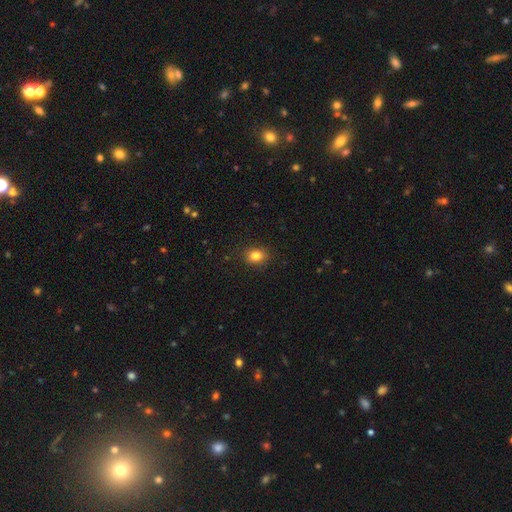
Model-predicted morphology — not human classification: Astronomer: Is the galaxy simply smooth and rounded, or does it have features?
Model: smooth — 83%.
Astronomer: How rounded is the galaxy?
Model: round — 51% (runner-up: in between, 48%).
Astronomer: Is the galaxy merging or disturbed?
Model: none — 87%.